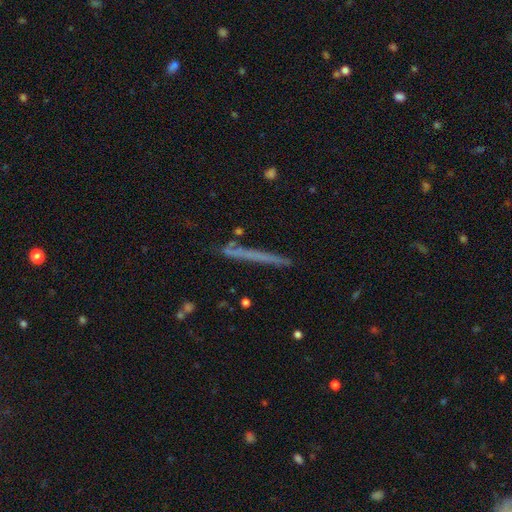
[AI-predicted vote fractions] smooth 49%, featured or disk 42%, star or artifact 9%. Down the decision tree: merging — none (86%).